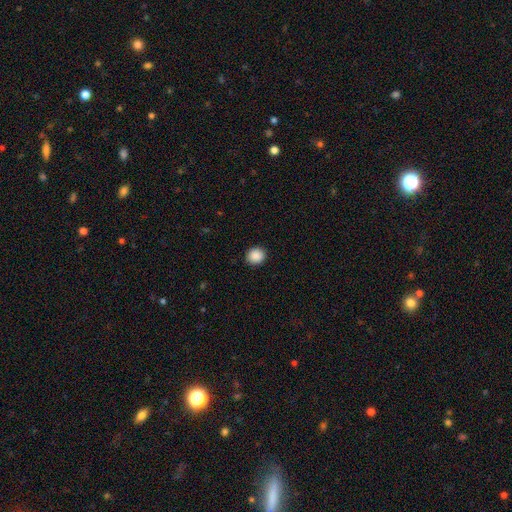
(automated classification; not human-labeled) A smooth galaxy with no disk features (89%) that is round (85%). Merging: none (91%).